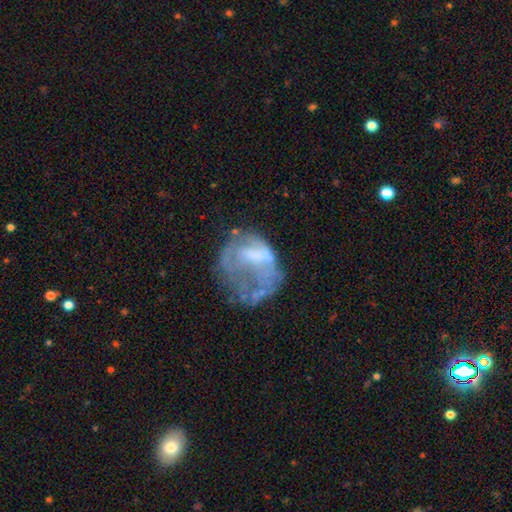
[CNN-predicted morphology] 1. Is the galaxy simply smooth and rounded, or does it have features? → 56% featured or disk, 31% smooth, 13% star or artifact.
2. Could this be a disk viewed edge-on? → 97% no, 3% yes.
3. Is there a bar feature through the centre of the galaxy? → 66% no, 24% weak, 10% strong.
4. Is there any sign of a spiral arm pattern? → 84% no, 16% yes.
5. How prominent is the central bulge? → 52% none, 22% moderate, 18% small, 6% large, 2% dominant.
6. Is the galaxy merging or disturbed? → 44% major disturbance, 28% none, 20% minor disturbance, 8% merger.